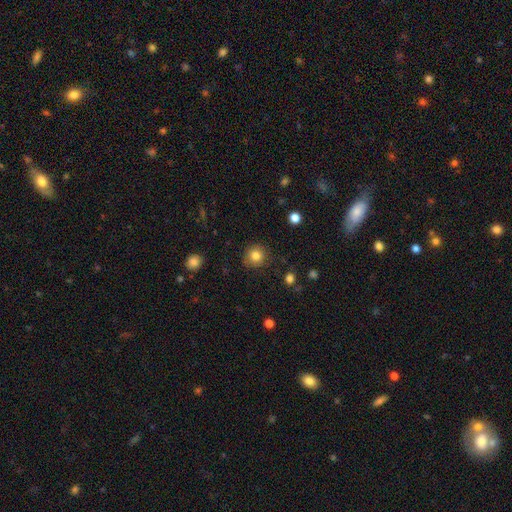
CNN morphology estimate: Smooth or featured?
  - smooth: 82% *
  - star or artifact: 11%
  - featured or disk: 7%
How rounded?
  - round: 92% *
  - in between: 7%
  - cigar-shaped: 1%
Merging?
  - none: 85% *
  - minor disturbance: 10%
  - major disturbance: 3%
  - merger: 1%